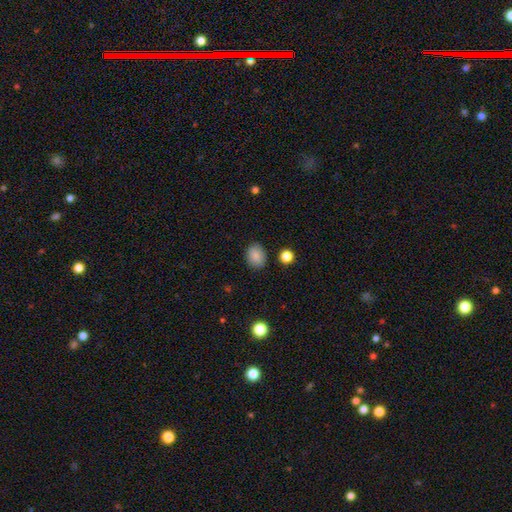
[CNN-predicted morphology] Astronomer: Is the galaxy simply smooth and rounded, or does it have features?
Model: smooth — 87%.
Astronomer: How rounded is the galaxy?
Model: in between — 66%.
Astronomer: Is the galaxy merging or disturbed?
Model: none — 85%.